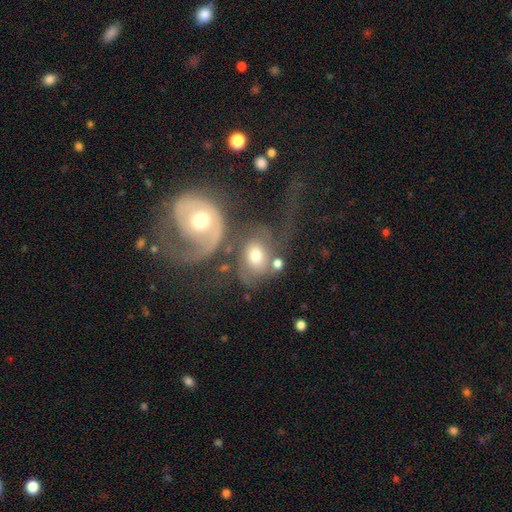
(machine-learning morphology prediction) This is likely a featured or disk galaxy (62%). It is clearly not viewed edge-on (96%). Bar: likely no (69%). Spiral arm pattern: clearly yes (83%). Central bulge: likely moderate (65%). Merging: marginally merger (42%).